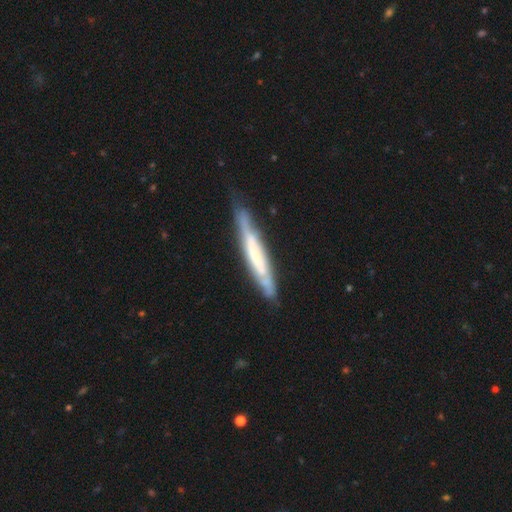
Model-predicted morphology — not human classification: Smooth or featured? featured or disk (62%)
Edge-on disk? yes (76%)
Merging? none (70%)